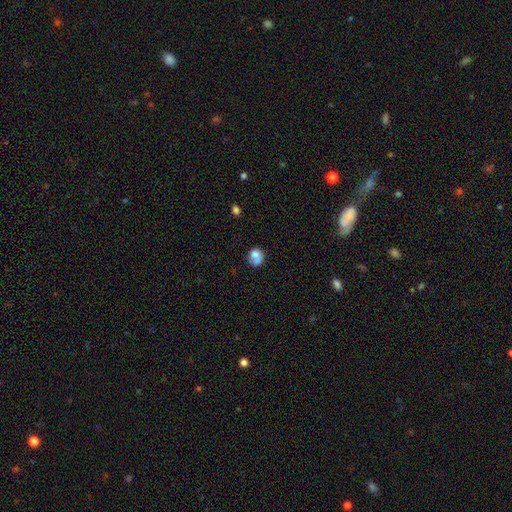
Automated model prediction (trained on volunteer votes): Overall: smooth (71%). How rounded: round (71%). Merging: none (42%; merger 28%).